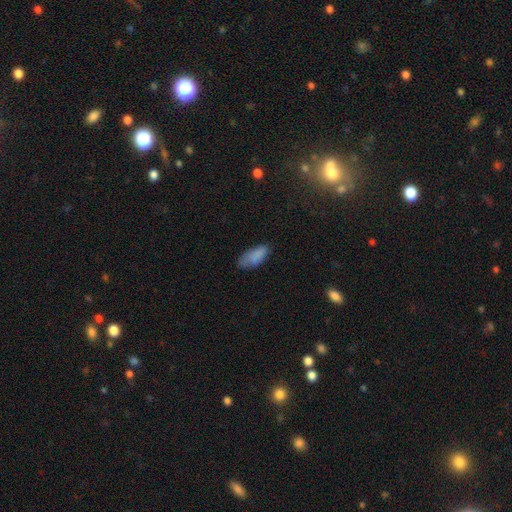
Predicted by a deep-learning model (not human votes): A smooth galaxy with no disk features (83%) that is in between round and cigar-shaped (85%).

Vote fractions:
- Smooth or featured? smooth: 83% / featured or disk: 9% / star or artifact: 8%
- How rounded? in between: 85% / cigar-shaped: 13% / round: 2%
- Merging? none: 65% / minor disturbance: 26% / major disturbance: 7% / merger: 2%